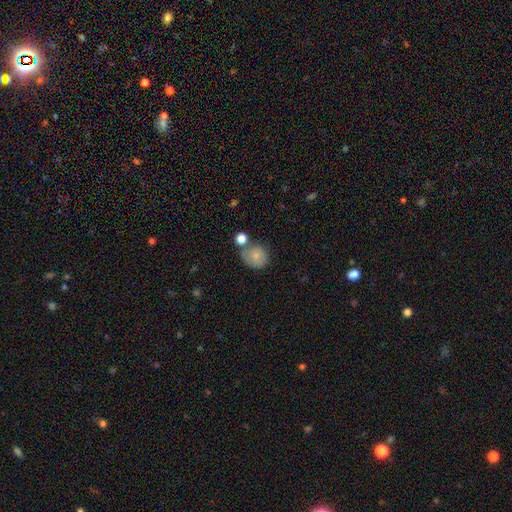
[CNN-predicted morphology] smooth 81%, featured or disk 10%, star or artifact 9%. Down the decision tree: how rounded — round (76%); merging — none (54%).